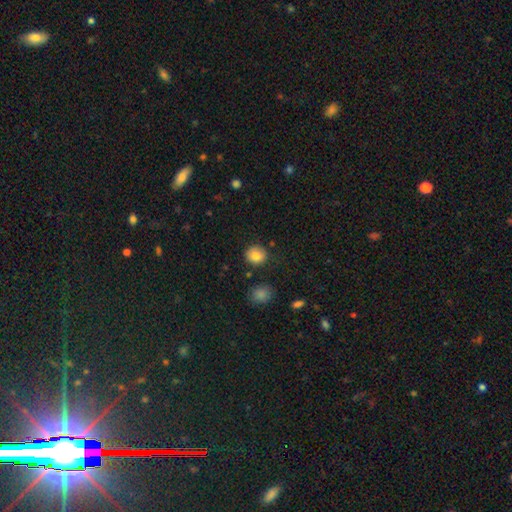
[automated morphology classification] This appears to be a smooth galaxy with no disk features (83%) that is round (83%). Merging: none (86%).